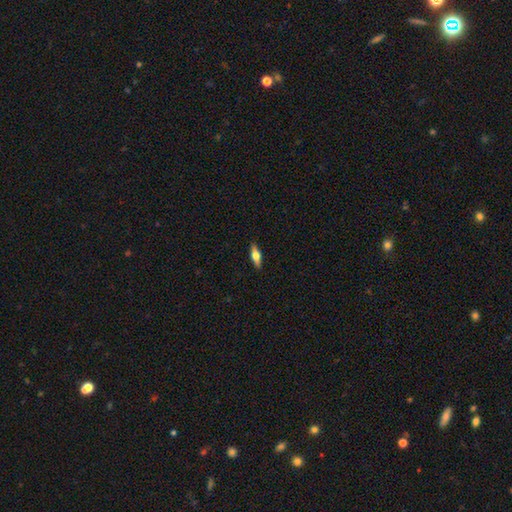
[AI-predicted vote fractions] smooth 48%, featured or disk 46%, star or artifact 6%. Down the decision tree: merging — none (90%).